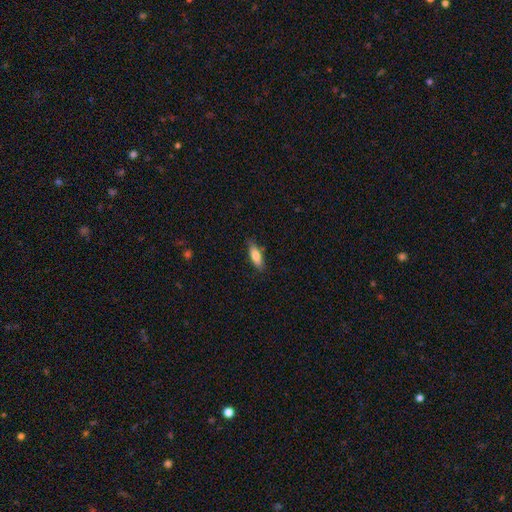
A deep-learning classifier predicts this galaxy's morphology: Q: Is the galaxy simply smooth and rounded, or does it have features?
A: smooth — 76%.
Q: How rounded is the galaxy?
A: in between — 58%.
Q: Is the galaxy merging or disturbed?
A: none — 81%.